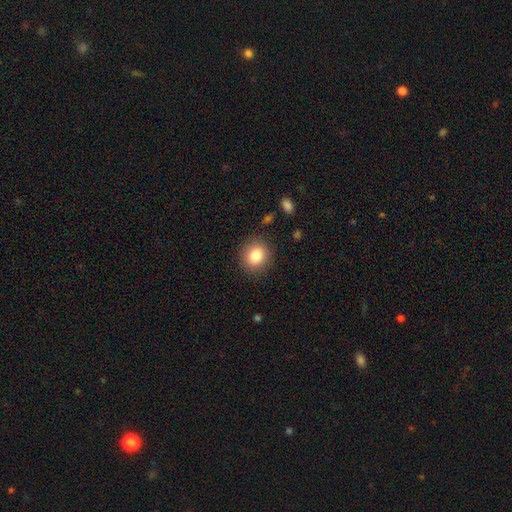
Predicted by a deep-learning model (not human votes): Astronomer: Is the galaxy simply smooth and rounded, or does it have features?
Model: smooth — 83%.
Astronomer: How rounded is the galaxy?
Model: round — 74%.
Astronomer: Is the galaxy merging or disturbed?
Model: none — 87%.